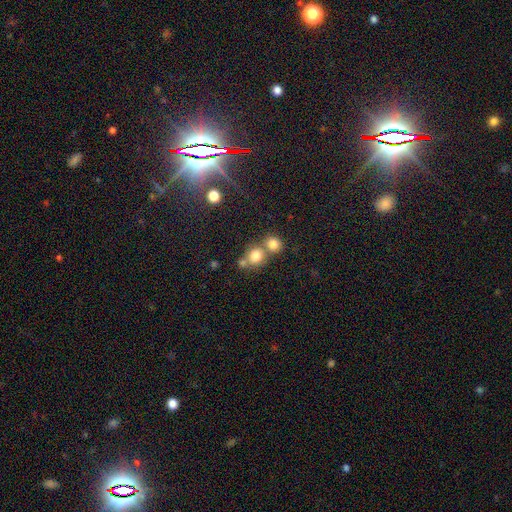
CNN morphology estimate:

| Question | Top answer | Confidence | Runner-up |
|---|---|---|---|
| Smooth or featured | smooth | 78% | star or artifact (13%) |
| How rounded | round | 81% | in between (18%) |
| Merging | none | 45% | merger (44%) |